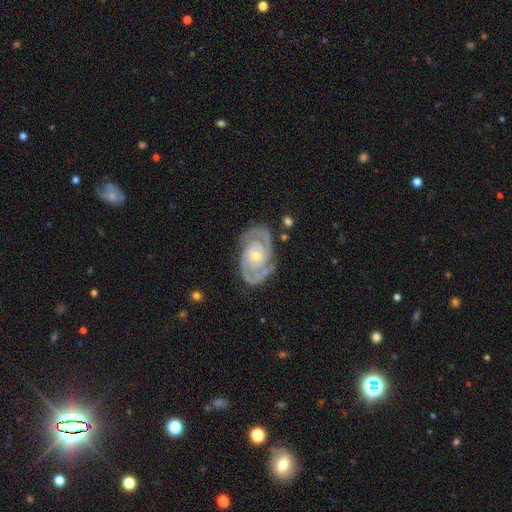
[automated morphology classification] Smooth or featured?
  - featured or disk: 92% *
  - star or artifact: 4%
  - smooth: 4%
Edge-on disk?
  - no: 97% *
  - yes: 3%
Bar?
  - no: 67% *
  - weak: 24%
  - strong: 9%
Spiral arms?
  - yes: 98% *
  - no: 2%
Spiral winding?
  - tight: 66% *
  - medium: 29%
  - loose: 4%
Spiral arm count?
  - 2: 84% *
  - 3: 7%
  - can't tell: 4%
  - 1: 2%
  - 4: 2%
  - more than 4: 2%
Bulge size?
  - small: 60% *
  - moderate: 37%
  - large: 1%
  - none: 1%
  - dominant: 1%
Merging?
  - none: 79% *
  - minor disturbance: 15%
  - major disturbance: 4%
  - merger: 2%